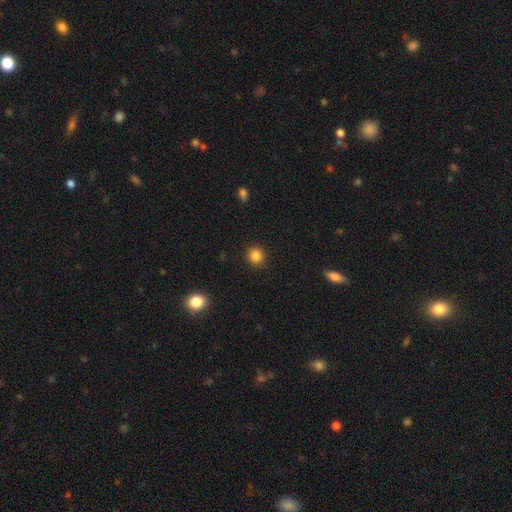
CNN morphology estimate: This appears to be a smooth galaxy with no disk features (85%) that is round (90%). Merging: none (91%).